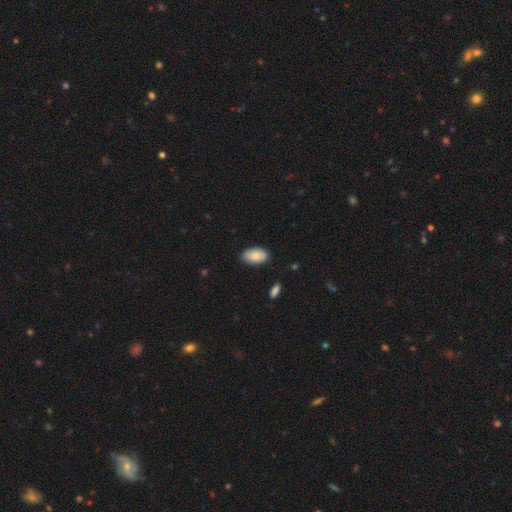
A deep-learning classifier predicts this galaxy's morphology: Smooth or featured? smooth (83%)
How rounded? in between (94%)
Merging? none (85%)